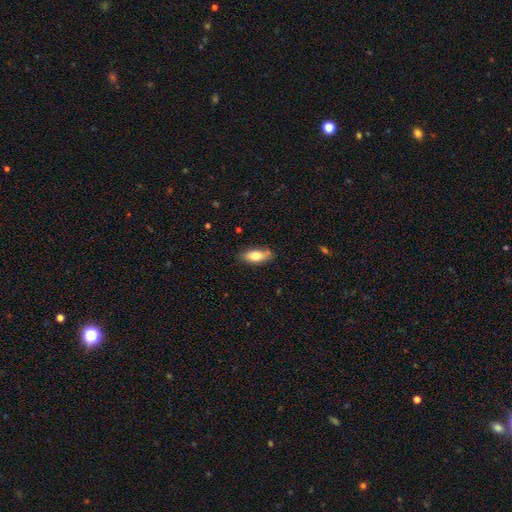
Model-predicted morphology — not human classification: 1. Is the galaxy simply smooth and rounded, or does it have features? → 74% smooth, 20% featured or disk, 7% star or artifact.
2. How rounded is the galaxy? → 78% in between, 19% cigar-shaped, 3% round.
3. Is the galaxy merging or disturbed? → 80% none, 15% minor disturbance, 3% major disturbance, 2% merger.